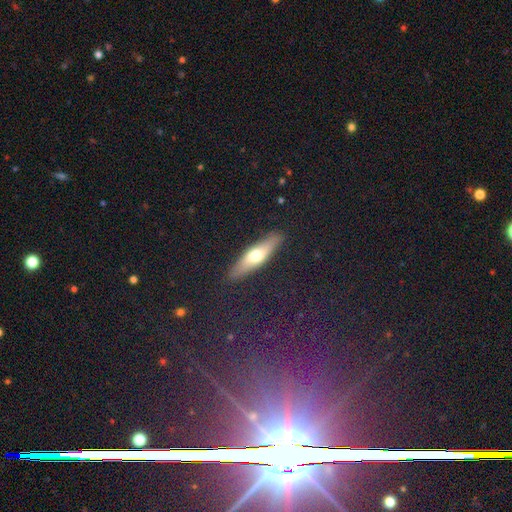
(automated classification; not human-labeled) smooth_or_featured: smooth (p=0.55) [alt: featured or disk p=0.39]
how_rounded: cigar-shaped (p=0.70) [alt: in between p=0.28]
merging: none (p=0.88) [alt: minor disturbance p=0.09]